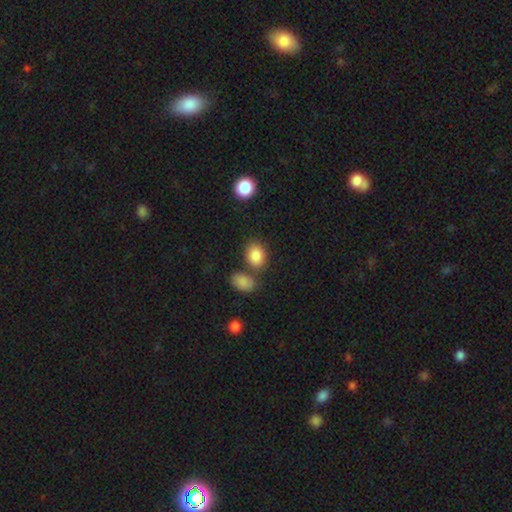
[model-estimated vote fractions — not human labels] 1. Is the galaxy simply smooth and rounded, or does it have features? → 86% smooth, 9% star or artifact, 5% featured or disk.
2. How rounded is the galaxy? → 61% in between, 38% round, 1% cigar-shaped.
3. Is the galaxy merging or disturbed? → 66% none, 17% merger, 13% minor disturbance, 4% major disturbance.